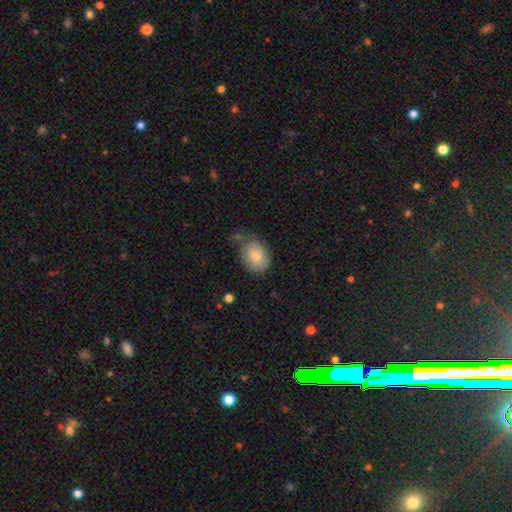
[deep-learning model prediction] Smooth or featured: smooth — 77% (featured or disk — 15%)
How rounded: in between — 63% (round — 36%)
Merging: none — 63% (minor disturbance — 24%)